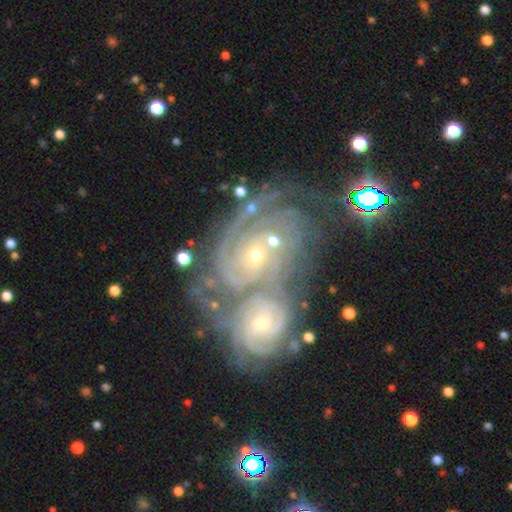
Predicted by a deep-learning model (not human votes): smooth_or_featured: featured or disk (p=0.89) [alt: star or artifact p=0.06]
disk_edge_on: no (p=0.97) [alt: yes p=0.03]
bar: no (p=0.68) [alt: weak p=0.23]
has_spiral_arms: yes (p=0.98) [alt: no p=0.02]
spiral_winding: tight (p=0.73) [alt: medium p=0.23]
spiral_arm_count: 3 (p=0.27) [alt: can't tell p=0.23]
bulge_size: small (p=0.66) [alt: moderate p=0.30]
merging: merger (p=0.72) [alt: none p=0.16]